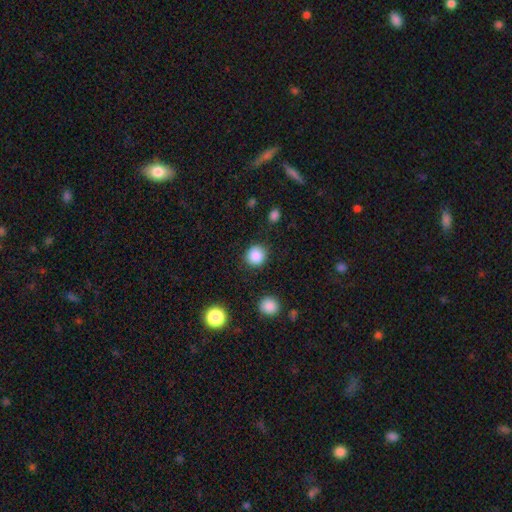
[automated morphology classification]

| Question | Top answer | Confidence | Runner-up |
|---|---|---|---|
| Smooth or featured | smooth | 87% | star or artifact (10%) |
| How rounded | round | 90% | in between (9%) |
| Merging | none | 87% | minor disturbance (8%) |